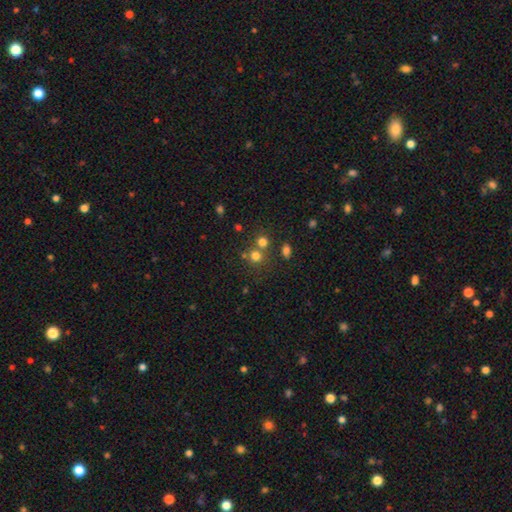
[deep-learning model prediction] Smooth or featured: smooth — 72% (star or artifact — 19%)
How rounded: round — 87% (in between — 12%)
Merging: none — 59% (merger — 30%)